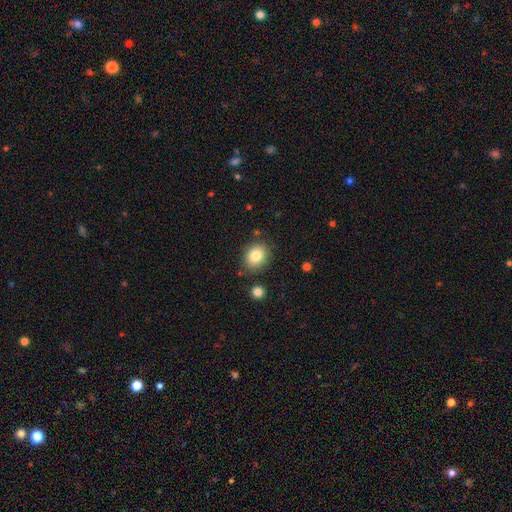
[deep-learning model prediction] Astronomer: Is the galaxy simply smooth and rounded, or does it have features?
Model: smooth — 82%.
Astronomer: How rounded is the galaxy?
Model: round — 53% (runner-up: in between, 46%).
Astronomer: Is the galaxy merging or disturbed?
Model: none — 81%.